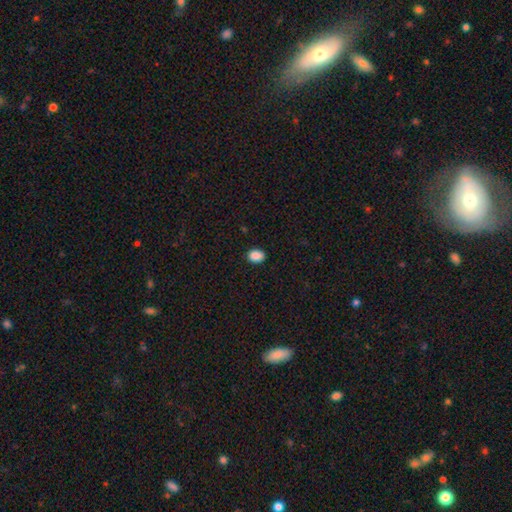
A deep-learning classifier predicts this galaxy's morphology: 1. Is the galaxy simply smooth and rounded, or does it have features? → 89% smooth, 9% star or artifact, 3% featured or disk.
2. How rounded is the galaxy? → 64% in between, 35% round, 1% cigar-shaped.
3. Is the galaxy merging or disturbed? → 89% none, 8% minor disturbance, 2% major disturbance, 1% merger.